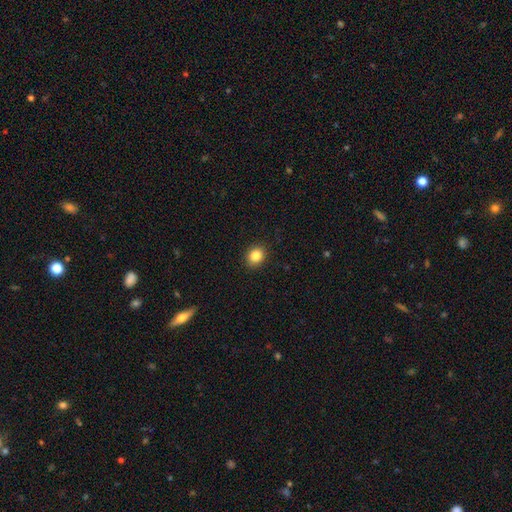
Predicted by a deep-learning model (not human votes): Smooth or featured? Predicted: smooth (p=0.85). How rounded? Predicted: round (p=0.65). Merging? Predicted: none (p=0.91).